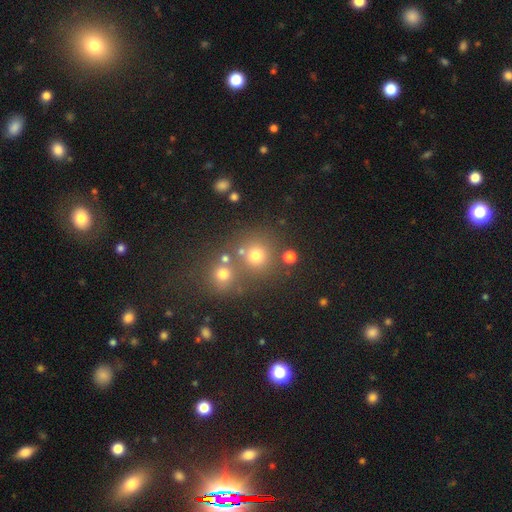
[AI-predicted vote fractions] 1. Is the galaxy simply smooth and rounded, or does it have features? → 72% smooth, 19% star or artifact, 9% featured or disk.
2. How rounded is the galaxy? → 90% round, 9% in between, 1% cigar-shaped.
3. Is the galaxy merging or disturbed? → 67% none, 20% merger, 8% minor disturbance, 4% major disturbance.